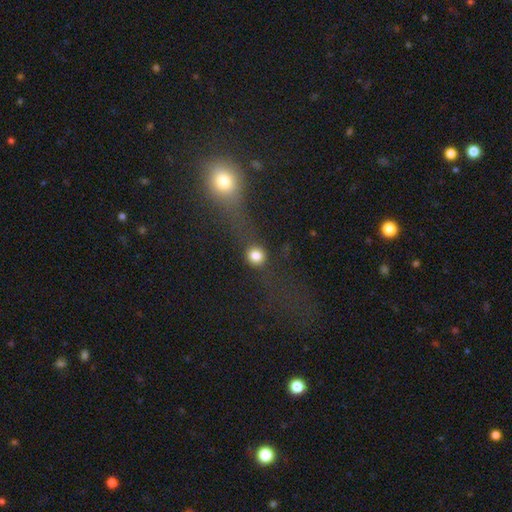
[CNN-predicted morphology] Smooth or featured? Predicted: smooth (p=0.80). How rounded? Predicted: round (p=0.87). Merging? Predicted: none (p=0.65).